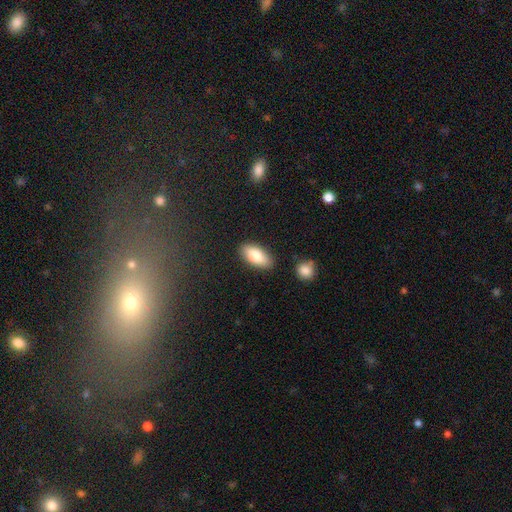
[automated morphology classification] smooth-or-featured: smooth: 83% | featured or disk: 10% | star or artifact: 6%
  how-rounded: in between: 89% | cigar-shaped: 8% | round: 3%
  merging: none: 85% | minor disturbance: 10% | merger: 3% | major disturbance: 2%